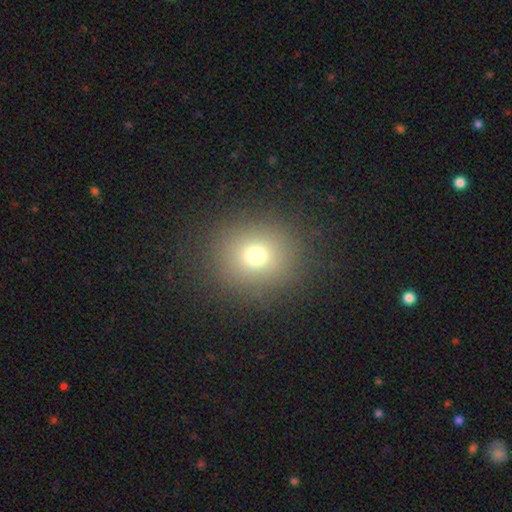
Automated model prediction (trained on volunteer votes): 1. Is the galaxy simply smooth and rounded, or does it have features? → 71% smooth, 18% star or artifact, 10% featured or disk.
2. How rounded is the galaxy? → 87% round, 12% in between, 1% cigar-shaped.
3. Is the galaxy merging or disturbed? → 88% none, 7% minor disturbance, 4% major disturbance, 1% merger.